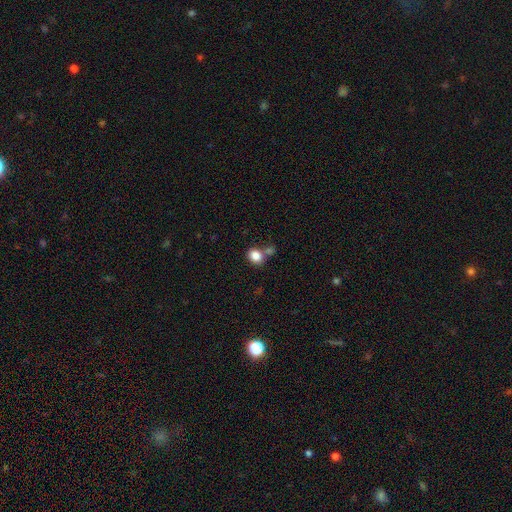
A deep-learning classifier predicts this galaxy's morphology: A smooth galaxy with no disk features (84%) that is round (55%). Merging: none (57%).